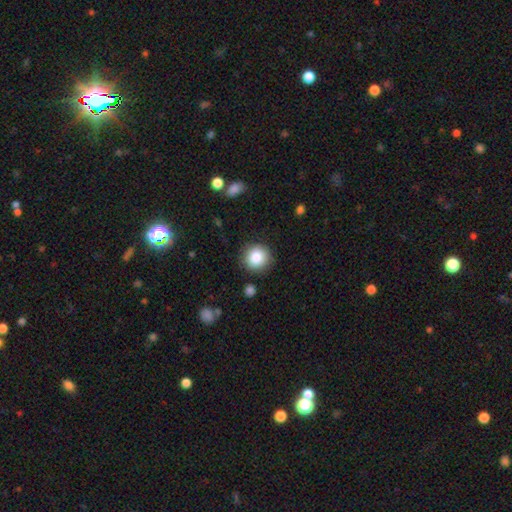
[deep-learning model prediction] This appears to be a smooth galaxy with no disk features (85%) that is round (91%). Merging: none (87%).